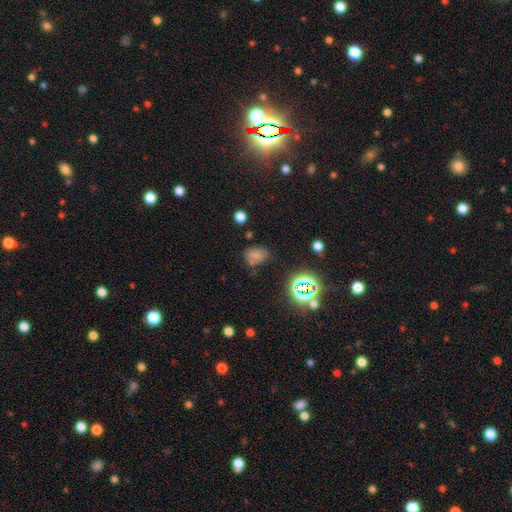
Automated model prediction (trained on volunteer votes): The model was most divided on "merging": none: 57%, minor disturbance: 24%, merger: 10%, major disturbance: 9%. More confident: how rounded — in between (71%); smooth or featured — smooth (63%).